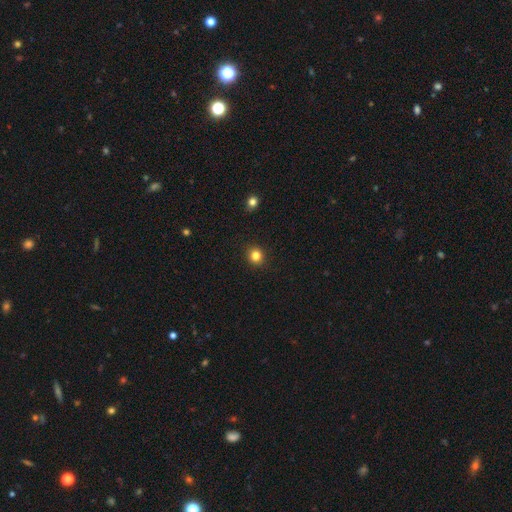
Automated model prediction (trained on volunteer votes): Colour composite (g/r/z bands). It shows a smooth galaxy with no disk features (83%) that is round (87%). Merging: none (92%).